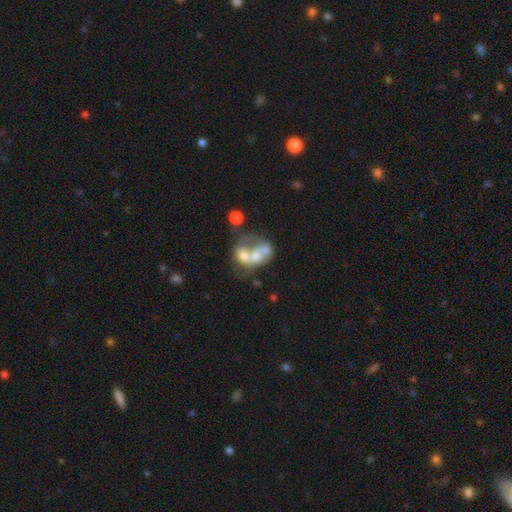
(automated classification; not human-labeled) Smooth or featured? Predicted: featured or disk (p=0.45). Merging? Predicted: merger (p=0.67).